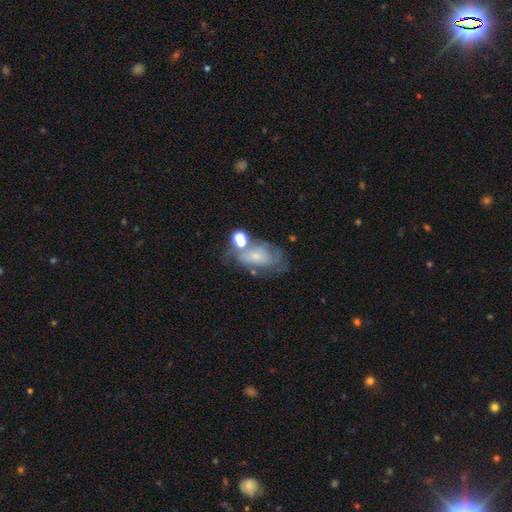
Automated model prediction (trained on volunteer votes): This is possibly a featured or disk galaxy (49%). Merging: marginally none (40%).